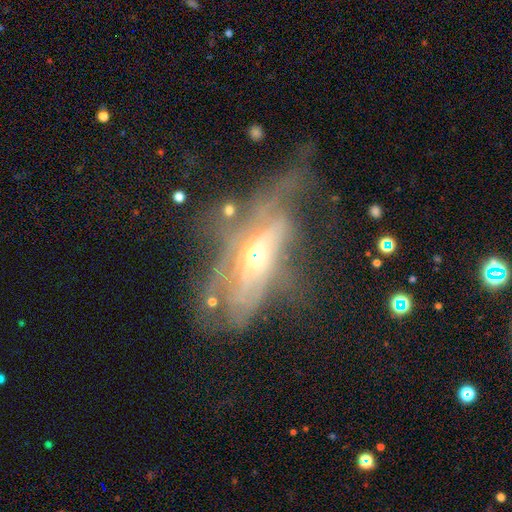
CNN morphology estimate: featured or disk 73%, smooth 17%, star or artifact 10%. Down the decision tree: edge-on disk — no (67%); merging — major disturbance (40%).